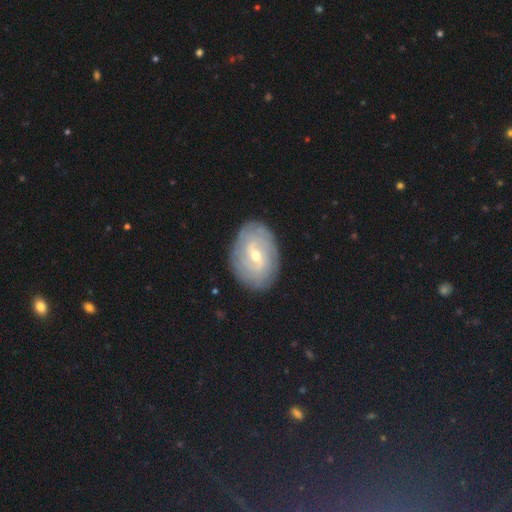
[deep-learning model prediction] Q: Smooth or featured?
A: featured or disk (76%); runner-up: smooth (18%)
Q: Edge-on disk?
A: no (95%); runner-up: yes (5%)
Q: Bar?
A: weak (57%); runner-up: no (24%)
Q: Spiral arms?
A: yes (86%); runner-up: no (14%)
Q: Spiral winding?
A: tight (66%); runner-up: medium (24%)
Q: Spiral arm count?
A: can't tell (46%); runner-up: 2 (28%)
Q: Bulge size?
A: small (53%); runner-up: moderate (44%)
Q: Merging?
A: none (84%); runner-up: minor disturbance (12%)